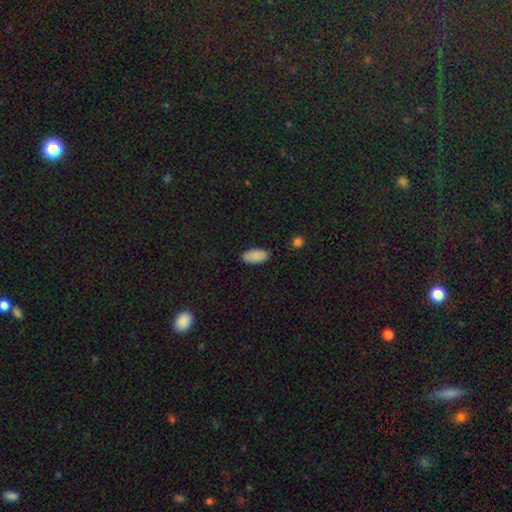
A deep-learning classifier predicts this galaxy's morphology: A smooth galaxy with no disk features (89%) that is in between round and cigar-shaped (93%). Merging: none (84%).